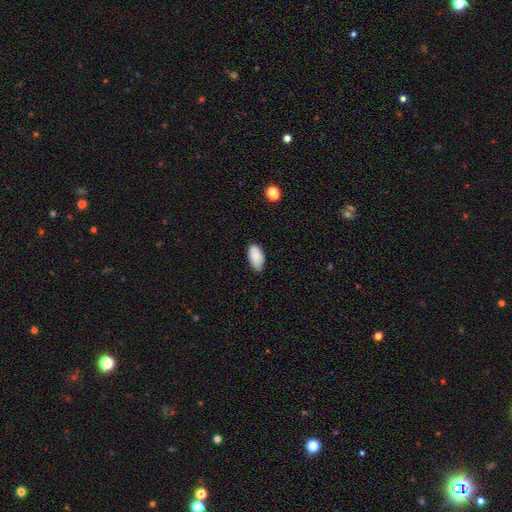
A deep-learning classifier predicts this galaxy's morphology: Smooth or featured? Predicted: smooth (p=0.84). How rounded? Predicted: in between (p=0.94). Merging? Predicted: none (p=0.74).